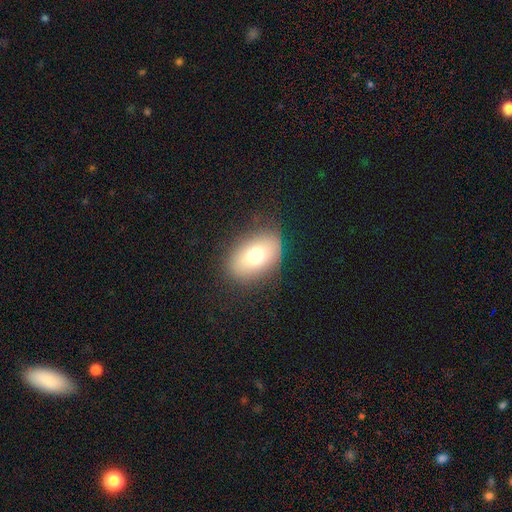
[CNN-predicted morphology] Overall: smooth (72%). How rounded: in between (82%). Merging: none (81%).